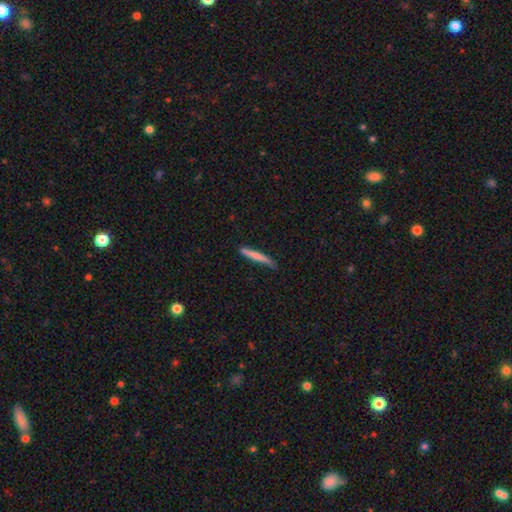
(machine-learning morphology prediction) type=smooth (71%); roundness=cigar-shaped (95%); merging=none (73%).